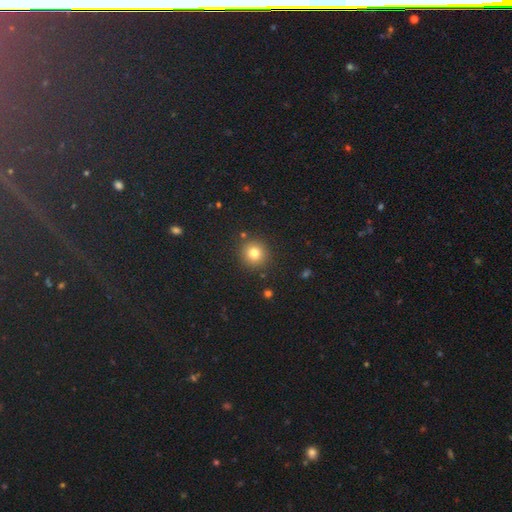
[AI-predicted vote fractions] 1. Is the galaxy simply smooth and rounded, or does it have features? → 77% smooth, 16% star or artifact, 7% featured or disk.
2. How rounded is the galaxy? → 94% round, 5% in between, 1% cigar-shaped.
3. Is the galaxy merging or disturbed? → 90% none, 6% minor disturbance, 2% merger, 2% major disturbance.